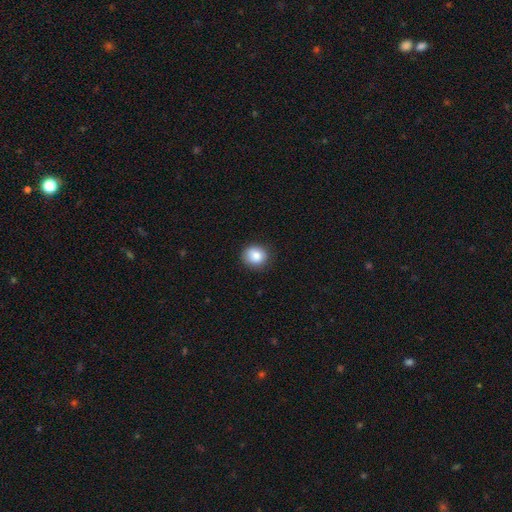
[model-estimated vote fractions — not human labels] Q: Smooth or featured?
A: smooth (85%); runner-up: star or artifact (9%)
Q: How rounded?
A: round (75%); runner-up: in between (24%)
Q: Merging?
A: none (85%); runner-up: minor disturbance (12%)